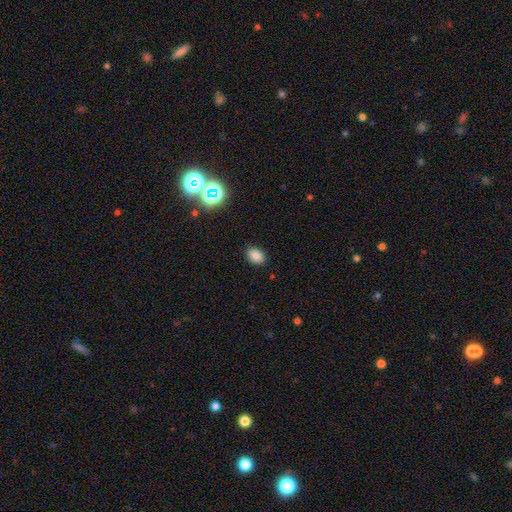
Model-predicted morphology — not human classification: This is clearly a smooth galaxy (84%). How rounded: likely in between (78%). Merging: clearly none (88%).